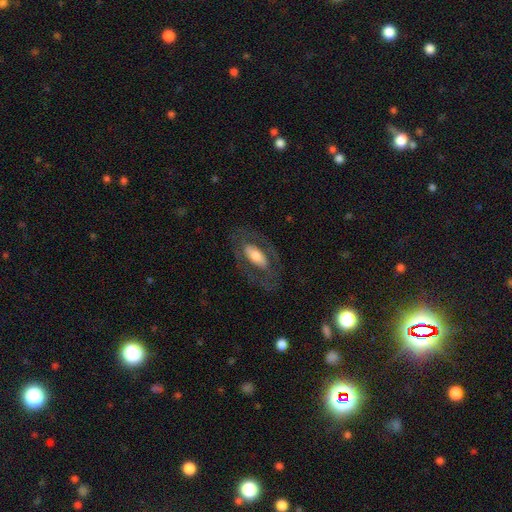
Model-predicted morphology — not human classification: type=featured or disk (49%); merging=none (70%).